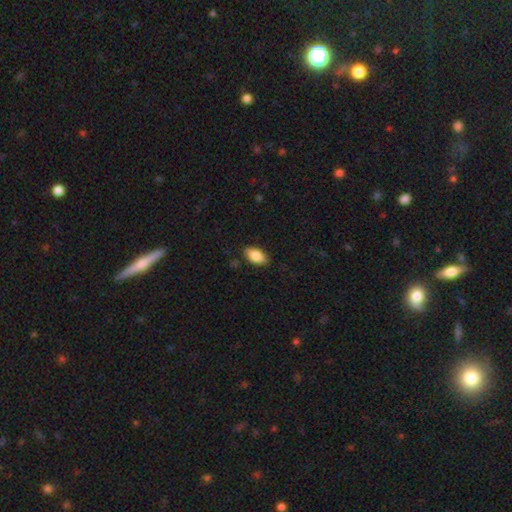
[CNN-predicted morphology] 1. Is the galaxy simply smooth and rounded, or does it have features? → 87% smooth, 7% star or artifact, 6% featured or disk.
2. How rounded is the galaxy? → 94% in between, 4% round, 3% cigar-shaped.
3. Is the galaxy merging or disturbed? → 85% none, 11% minor disturbance, 2% major disturbance, 1% merger.